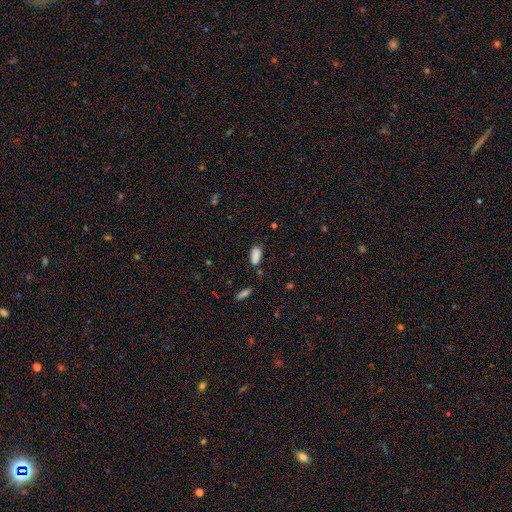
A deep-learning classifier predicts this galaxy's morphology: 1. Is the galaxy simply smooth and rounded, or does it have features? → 86% smooth, 9% star or artifact, 5% featured or disk.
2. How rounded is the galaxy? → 86% in between, 11% cigar-shaped, 2% round.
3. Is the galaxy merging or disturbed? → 71% none, 20% minor disturbance, 5% merger, 4% major disturbance.